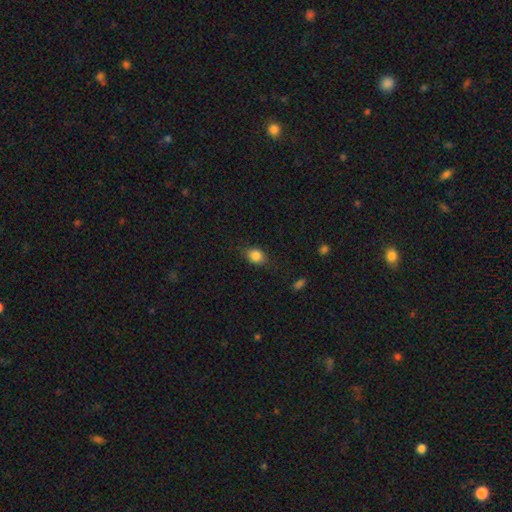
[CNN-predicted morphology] Q: Smooth or featured?
A: smooth (84%); runner-up: star or artifact (9%)
Q: How rounded?
A: in between (58%); runner-up: round (40%)
Q: Merging?
A: none (77%); runner-up: minor disturbance (18%)